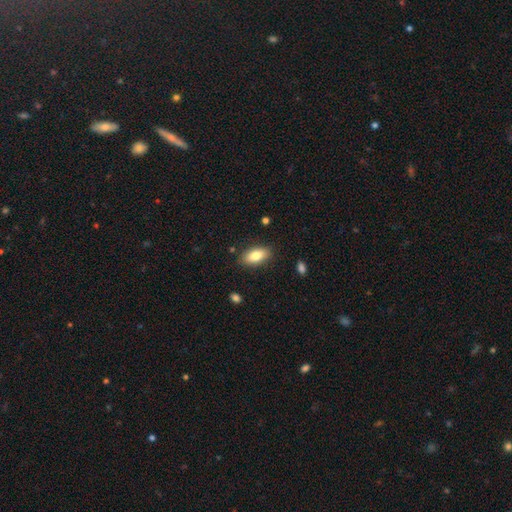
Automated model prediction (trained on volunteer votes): Smooth or featured? Predicted: smooth (p=0.82). How rounded? Predicted: in between (p=0.88). Merging? Predicted: none (p=0.86).